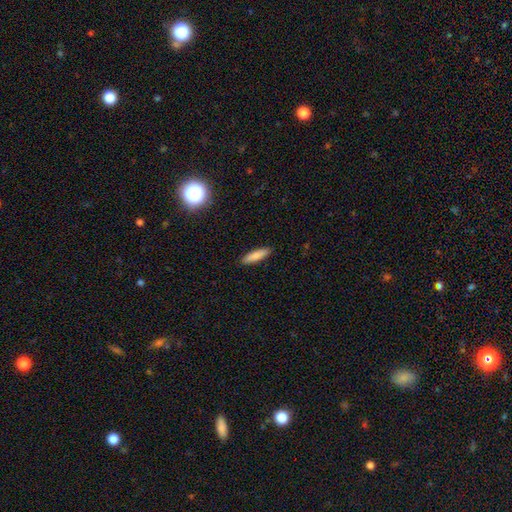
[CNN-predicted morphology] The model was most divided on "how rounded": cigar-shaped: 75%, in between: 23%, round: 2%. More confident: merging — none (90%); smooth or featured — smooth (83%).